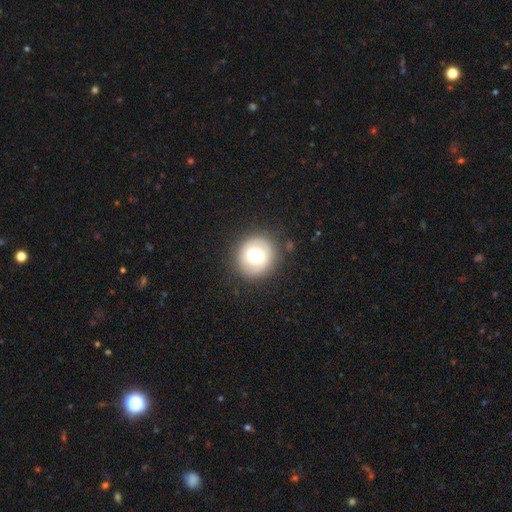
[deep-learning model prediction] smooth 63%, featured or disk 29%, star or artifact 8%. Down the decision tree: how rounded — round (87%); merging — none (85%).